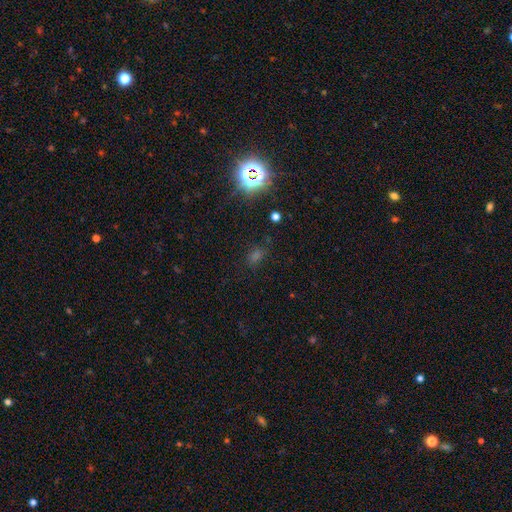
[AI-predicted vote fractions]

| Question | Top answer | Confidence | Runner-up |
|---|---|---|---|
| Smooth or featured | star or artifact | 54% | smooth (38%) |